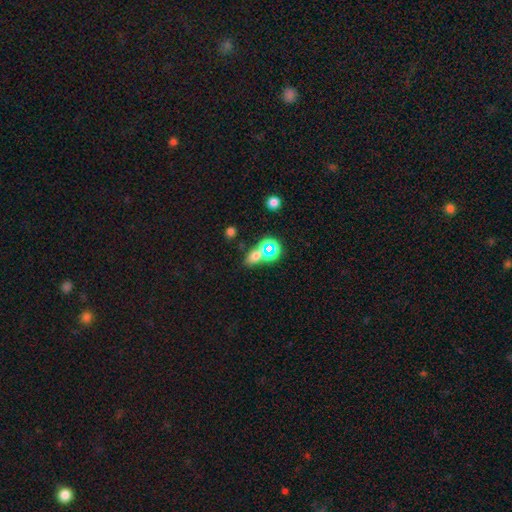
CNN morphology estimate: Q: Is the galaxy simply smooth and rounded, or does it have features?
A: smooth — 53%.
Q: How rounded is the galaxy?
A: in between — 58%.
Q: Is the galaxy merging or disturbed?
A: none — 55%.